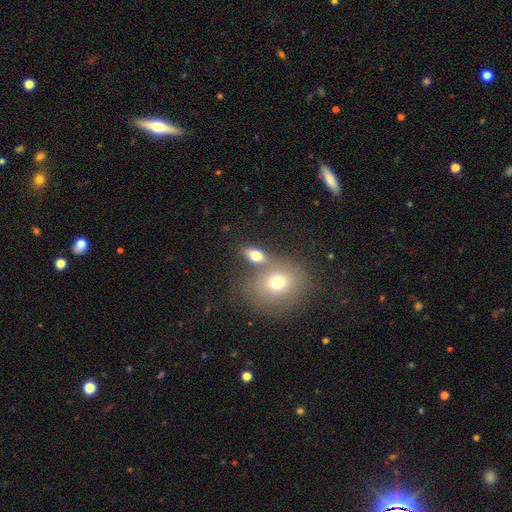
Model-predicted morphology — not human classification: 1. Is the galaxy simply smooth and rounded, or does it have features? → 73% smooth, 17% featured or disk, 10% star or artifact.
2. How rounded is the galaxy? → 73% in between, 23% round, 4% cigar-shaped.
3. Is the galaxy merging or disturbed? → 49% none, 34% merger, 11% minor disturbance, 6% major disturbance.